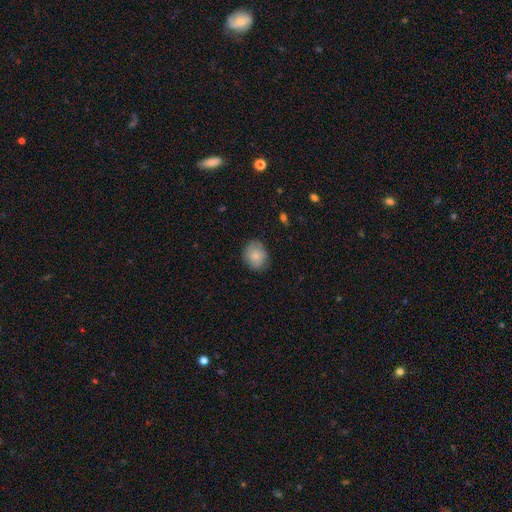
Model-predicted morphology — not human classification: A smooth galaxy with no disk features (82%) that is round (66%). Merging: none (79%).